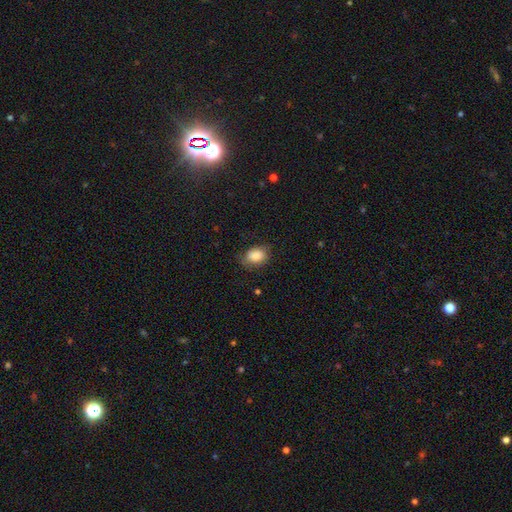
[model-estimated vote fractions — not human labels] Smooth or featured? Predicted: smooth (p=0.85). How rounded? Predicted: in between (p=0.72). Merging? Predicted: none (p=0.70).